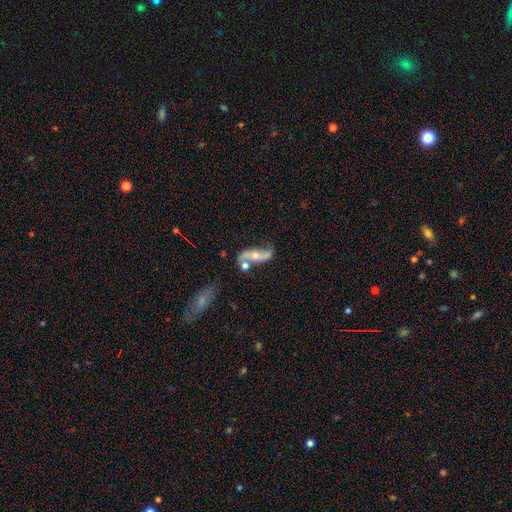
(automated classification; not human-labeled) This appears to be a featured or disk galaxy (79%) with no bar (59%), 2 (92%) loose (82%) spiral arms (90%) and a moderate central bulge (61%). Merging: none (53%).